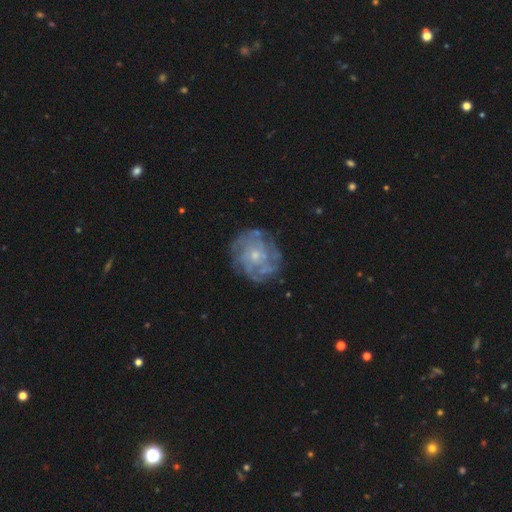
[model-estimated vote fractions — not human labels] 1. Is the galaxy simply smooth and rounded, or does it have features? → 74% featured or disk, 17% smooth, 9% star or artifact.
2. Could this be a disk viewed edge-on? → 98% no, 2% yes.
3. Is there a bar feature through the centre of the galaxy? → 83% no, 15% weak, 2% strong.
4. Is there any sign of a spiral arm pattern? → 72% yes, 28% no.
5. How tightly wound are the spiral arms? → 61% tight, 27% medium, 12% loose.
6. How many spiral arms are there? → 53% can't tell, 14% 4, 11% more than 4, 9% 3, 8% 2, 5% 1.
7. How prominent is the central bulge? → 68% small, 26% moderate, 3% none, 1% large, 1% dominant.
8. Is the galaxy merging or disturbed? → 75% none, 16% minor disturbance, 8% major disturbance, 2% merger.